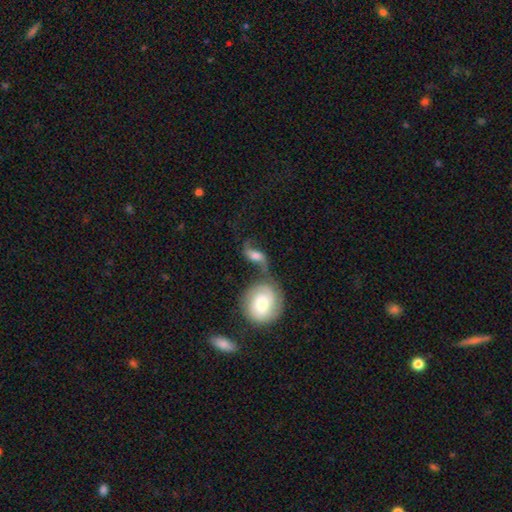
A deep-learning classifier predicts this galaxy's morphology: smooth-or-featured: featured or disk: 69% | smooth: 23% | star or artifact: 8%
  disk-edge-on: no: 94% | yes: 6%
    bar: weak: 43% | no: 41% | strong: 16%
    has-spiral-arms: yes: 92% | no: 8%
      spiral-winding: loose: 70% | medium: 22% | tight: 8%
      spiral-arm-count: 2: 90% | can't tell: 4% | 1: 3% | 3: 1% | 4: 1% | more than 4: 1%
    bulge-size: moderate: 56% | small: 23% | large: 15% | none: 4% | dominant: 2%
  merging: merger: 42% | none: 32% | minor disturbance: 14% | major disturbance: 13%